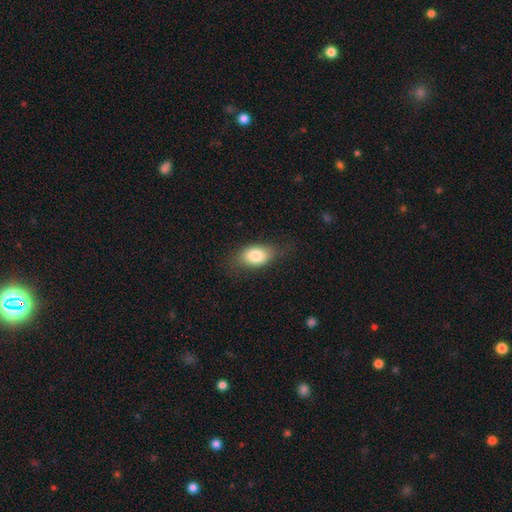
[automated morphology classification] Smooth or featured: smooth — 81% (featured or disk — 11%)
How rounded: in between — 84% (round — 13%)
Merging: none — 69% (minor disturbance — 22%)